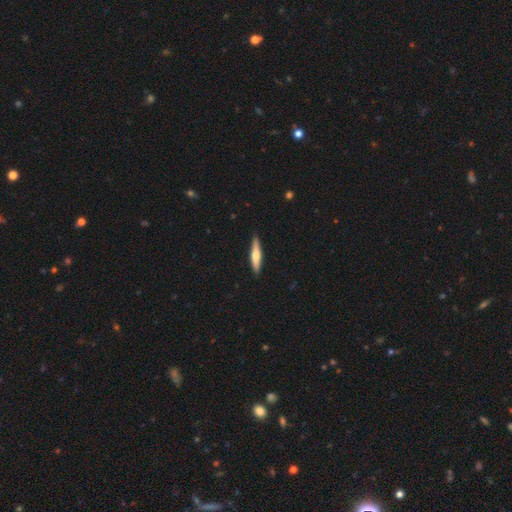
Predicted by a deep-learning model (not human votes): Smooth or featured: smooth — 51% (featured or disk — 44%)
How rounded: cigar-shaped — 86% (in between — 13%)
Merging: none — 89% (minor disturbance — 8%)